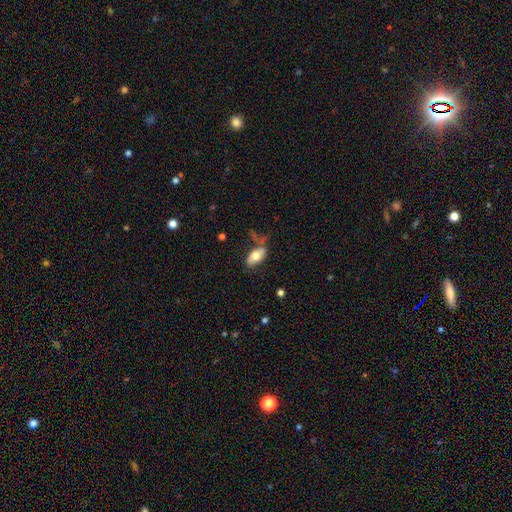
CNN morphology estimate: Overall: smooth (71%). How rounded: in between (91%). Merging: none (52%; minor disturbance 24%).